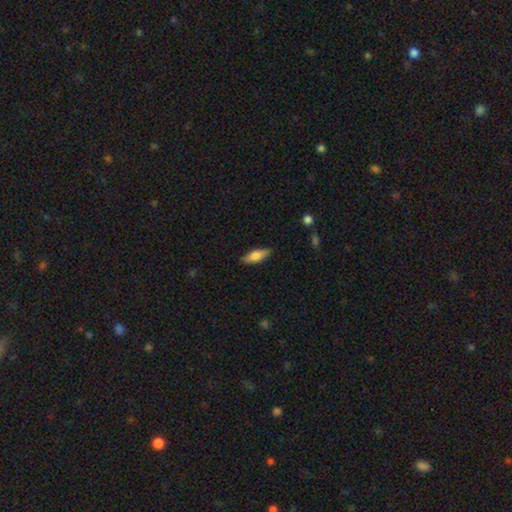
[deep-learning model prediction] smooth 69%, featured or disk 25%, star or artifact 6%. Down the decision tree: how rounded — in between (59%); merging — none (87%).